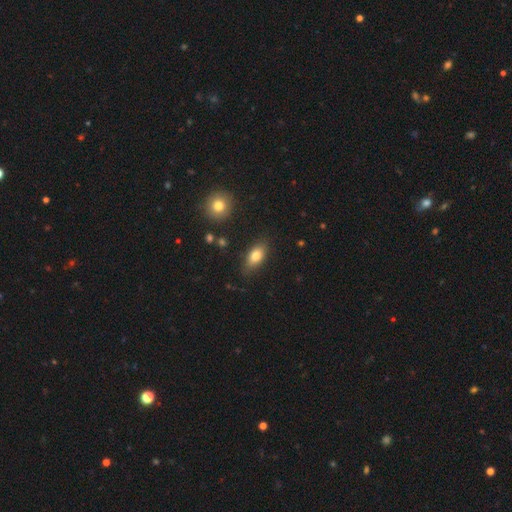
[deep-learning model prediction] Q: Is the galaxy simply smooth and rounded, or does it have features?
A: smooth — 80%.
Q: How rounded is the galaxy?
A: in between — 86%.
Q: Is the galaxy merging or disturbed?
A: none — 81%.